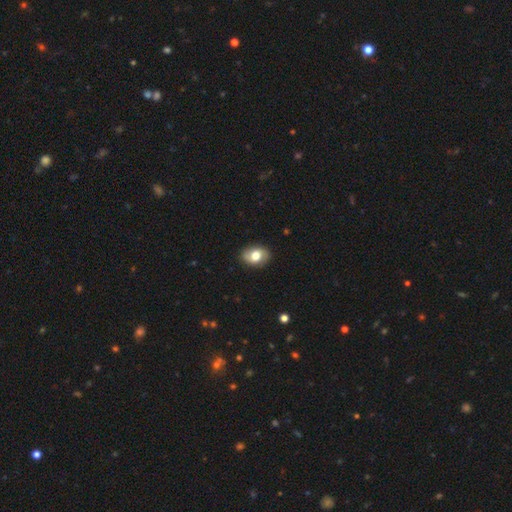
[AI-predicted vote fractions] Smooth or featured? smooth (69%)
How rounded? in between (76%)
Merging? none (85%)